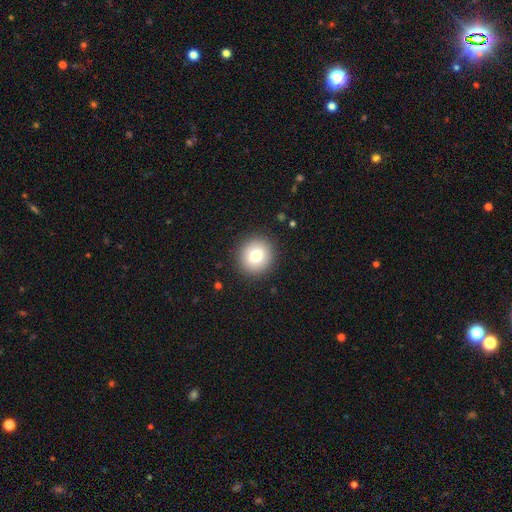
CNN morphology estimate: smooth 76%, featured or disk 14%, star or artifact 11%. Down the decision tree: how rounded — round (90%); merging — none (91%).